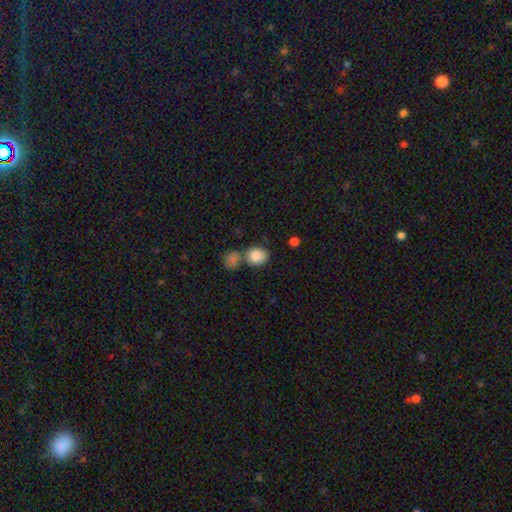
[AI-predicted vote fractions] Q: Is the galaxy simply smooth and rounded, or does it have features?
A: smooth — 84%.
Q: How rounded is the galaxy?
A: round — 59%.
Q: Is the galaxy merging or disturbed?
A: none — 52%.